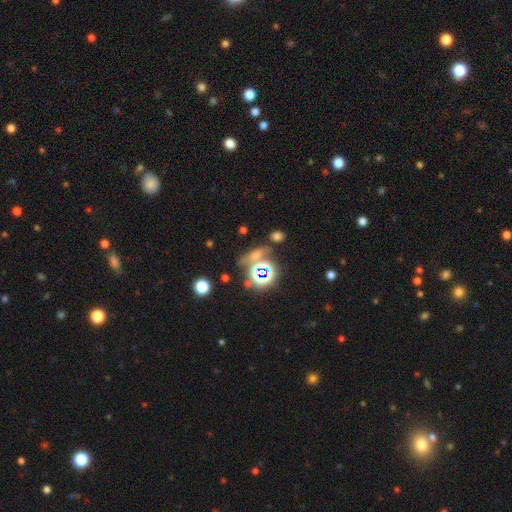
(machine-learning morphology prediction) Q: Smooth or featured?
A: star or artifact (53%); runner-up: smooth (31%)